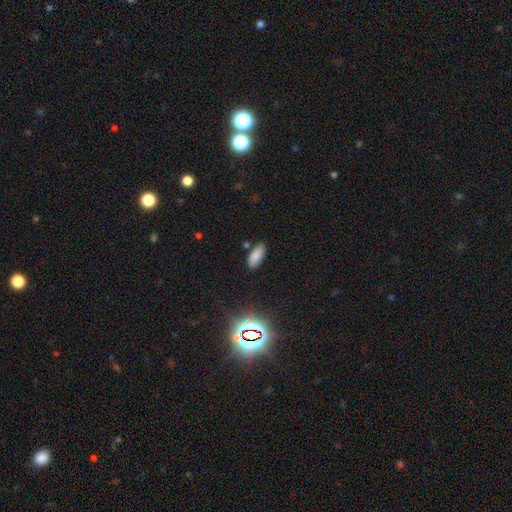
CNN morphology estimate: Smooth or featured? Predicted: smooth (p=0.83). How rounded? Predicted: in between (p=0.87). Merging? Predicted: none (p=0.83).